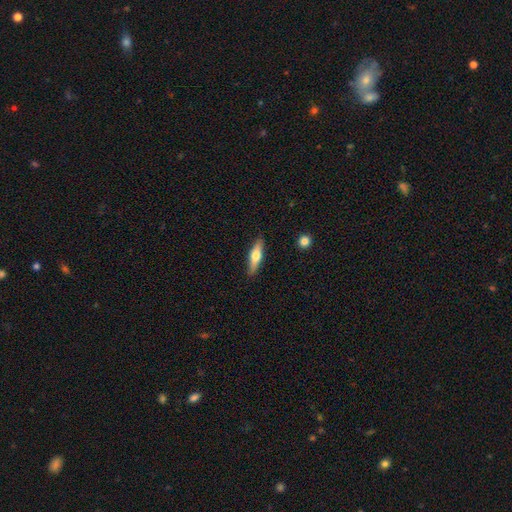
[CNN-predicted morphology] A smooth galaxy with no disk features (53%) that is cigar-shaped (66%). Merging: none (88%).